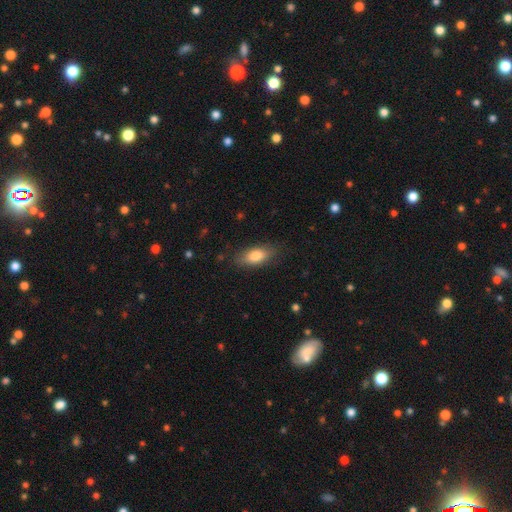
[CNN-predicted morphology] The model was most divided on "smooth or featured": smooth: 79%, featured or disk: 14%, star or artifact: 7%. More confident: merging — none (83%); how rounded — in between (82%).